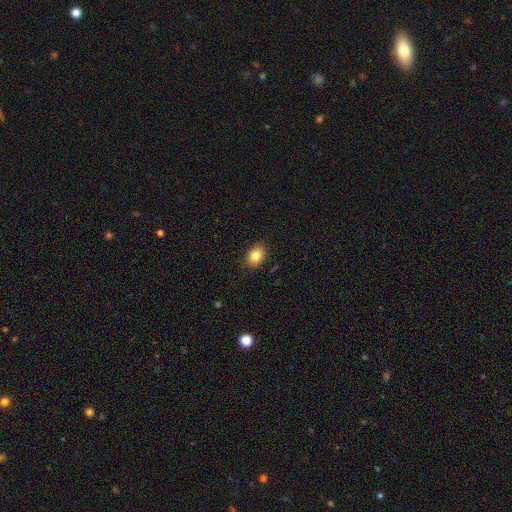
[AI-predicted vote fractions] Smooth or featured? Predicted: smooth (p=0.85). How rounded? Predicted: in between (p=0.69). Merging? Predicted: none (p=0.86).